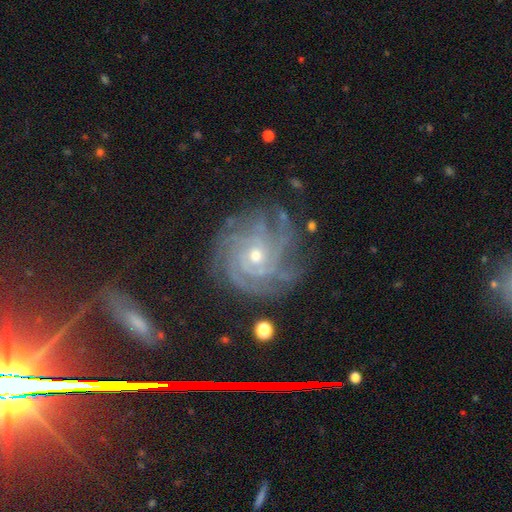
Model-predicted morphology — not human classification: The model was most divided on "spiral arm count": can't tell: 25%, 4: 24%, more than 4: 17%, 3: 16%, 2: 10%, 1: 8%. More confident: spiral arms — yes (98%); edge-on disk — no (97%); smooth or featured — featured or disk (87%); merging — none (75%); spiral winding — tight (75%); bar — no (72%); bulge size — small (54%).